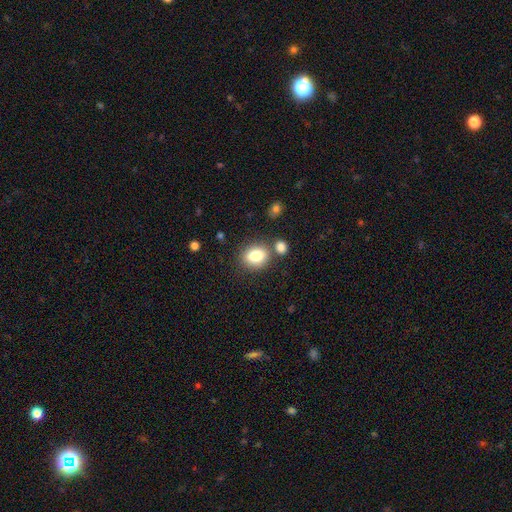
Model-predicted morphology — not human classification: Smooth or featured: smooth — 82% (featured or disk — 9%)
How rounded: in between — 62% (round — 36%)
Merging: none — 66% (merger — 17%)